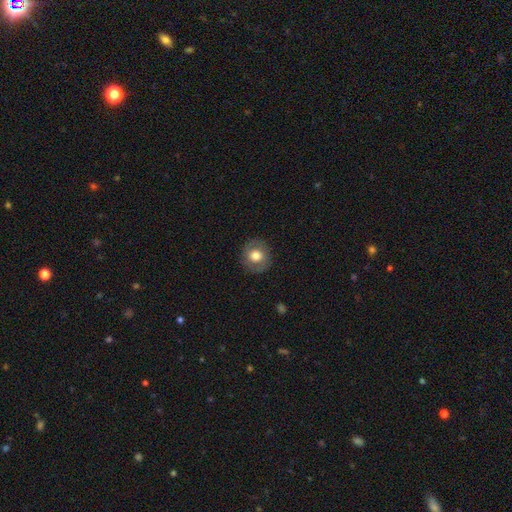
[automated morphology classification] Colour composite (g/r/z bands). It shows a smooth galaxy with no disk features (68%) that is round (87%). Merging: none (86%).